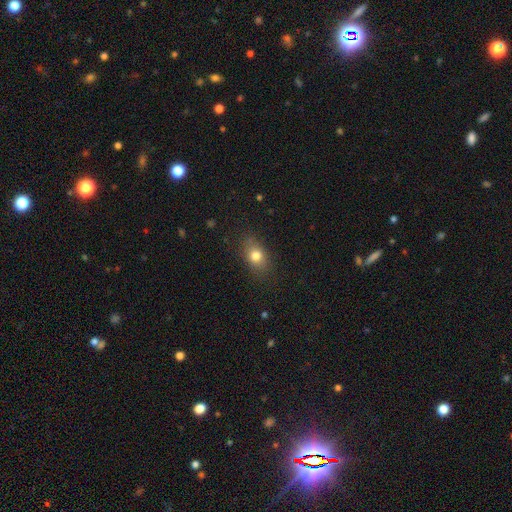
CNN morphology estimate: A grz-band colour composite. It shows a smooth galaxy with no disk features (77%) that is in between round and cigar-shaped (71%). Merging: none (81%).